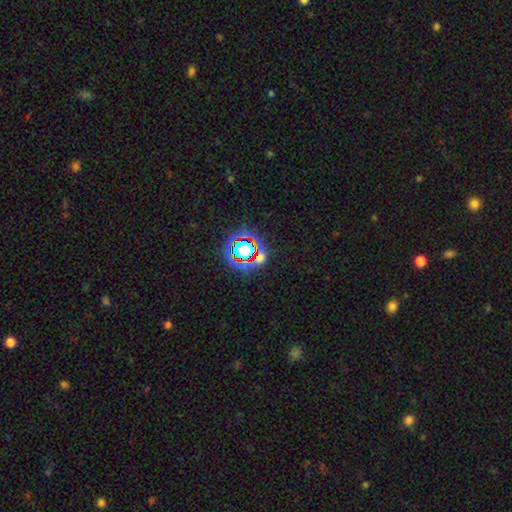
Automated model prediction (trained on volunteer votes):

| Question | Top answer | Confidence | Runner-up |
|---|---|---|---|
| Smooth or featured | star or artifact | 71% | smooth (18%) |